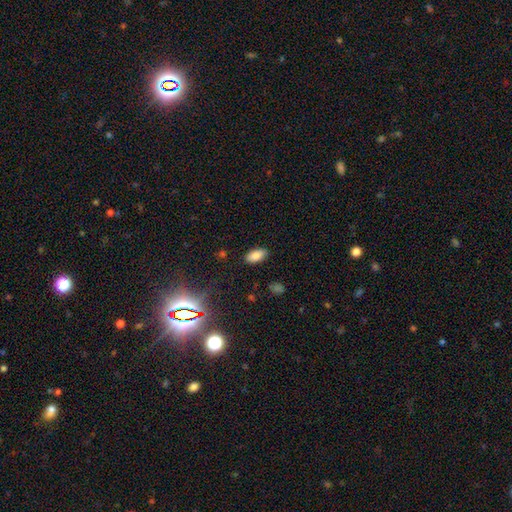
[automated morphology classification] This appears to be a smooth galaxy with no disk features (83%) that is in between round and cigar-shaped (93%). Merging: none (88%).